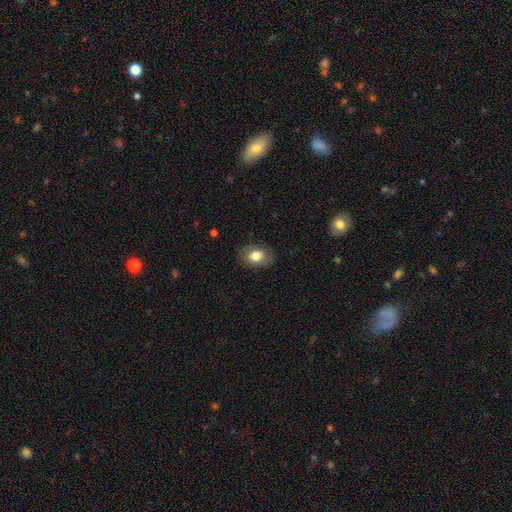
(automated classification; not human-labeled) A smooth galaxy with no disk features (77%) that is in between round and cigar-shaped (75%). Merging: none (83%).